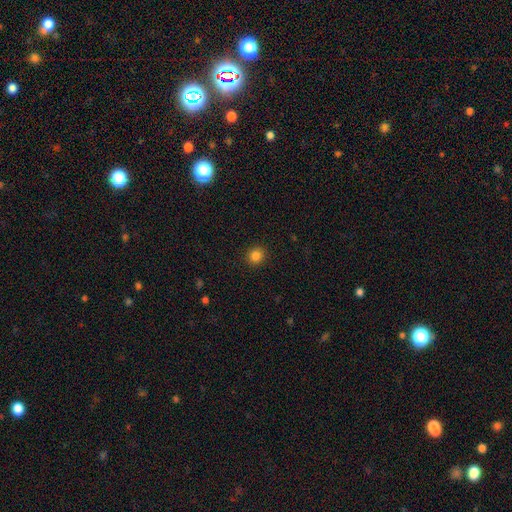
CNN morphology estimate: smooth_or_featured: smooth (p=0.84) [alt: star or artifact p=0.12]
how_rounded: round (p=0.88) [alt: in between p=0.11]
merging: none (p=0.92) [alt: minor disturbance p=0.05]